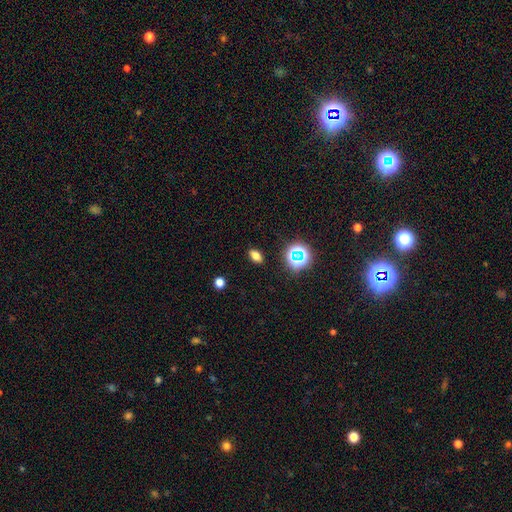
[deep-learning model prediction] Q: Smooth or featured?
A: smooth (73%); runner-up: star or artifact (19%)
Q: How rounded?
A: in between (84%); runner-up: round (12%)
Q: Merging?
A: none (89%); runner-up: minor disturbance (7%)